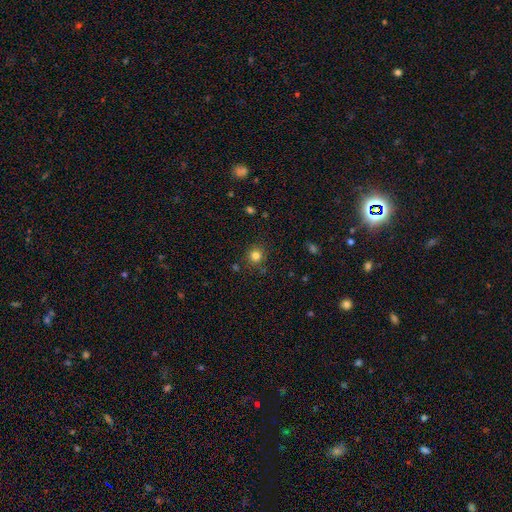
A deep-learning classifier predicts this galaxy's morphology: Overall: smooth (80%). How rounded: round (91%). Merging: none (86%).